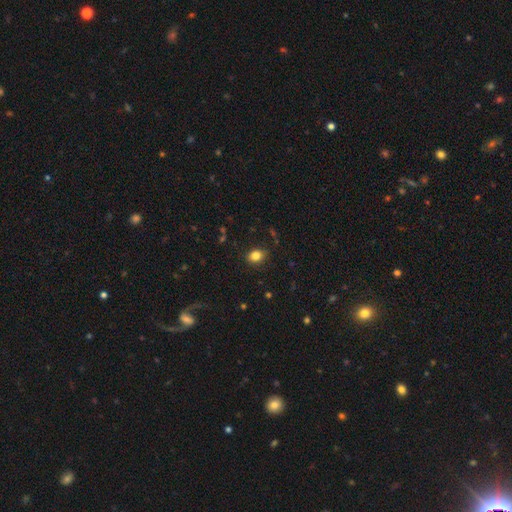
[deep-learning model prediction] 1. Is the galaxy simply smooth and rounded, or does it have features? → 83% smooth, 11% star or artifact, 6% featured or disk.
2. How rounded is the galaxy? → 57% in between, 42% round, 1% cigar-shaped.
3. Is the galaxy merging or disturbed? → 87% none, 10% minor disturbance, 2% major disturbance, 1% merger.